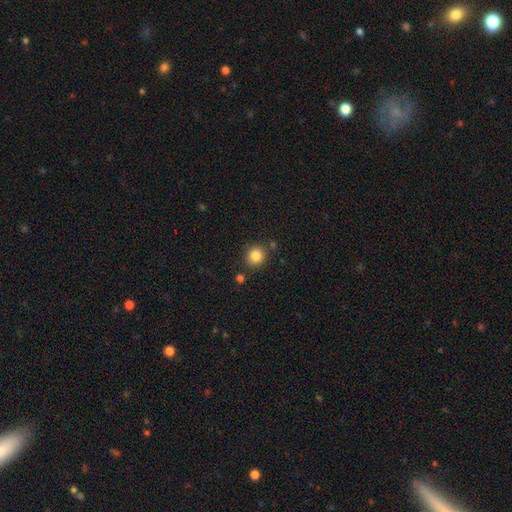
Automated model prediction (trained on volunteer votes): This is clearly a smooth galaxy (84%). How rounded: clearly round (87%). Merging: clearly none (82%).